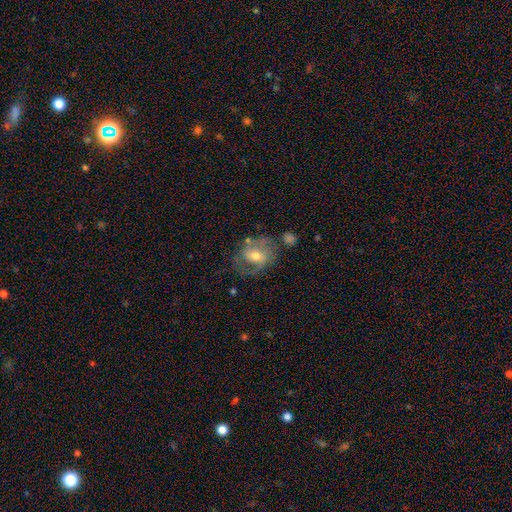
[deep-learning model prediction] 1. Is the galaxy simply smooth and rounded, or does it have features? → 64% featured or disk, 28% smooth, 8% star or artifact.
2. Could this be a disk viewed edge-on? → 96% no, 4% yes.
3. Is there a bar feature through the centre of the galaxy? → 44% weak, 35% no, 21% strong.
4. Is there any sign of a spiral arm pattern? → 74% yes, 26% no.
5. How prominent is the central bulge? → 64% moderate, 28% small, 6% large, 1% none, 1% dominant.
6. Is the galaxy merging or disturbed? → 58% none, 21% minor disturbance, 14% major disturbance, 6% merger.